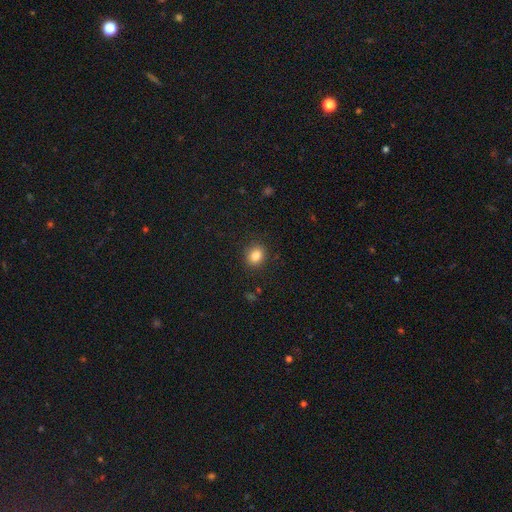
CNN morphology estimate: smooth 84%, star or artifact 11%, featured or disk 5%. Down the decision tree: how rounded — round (66%); merging — none (88%).